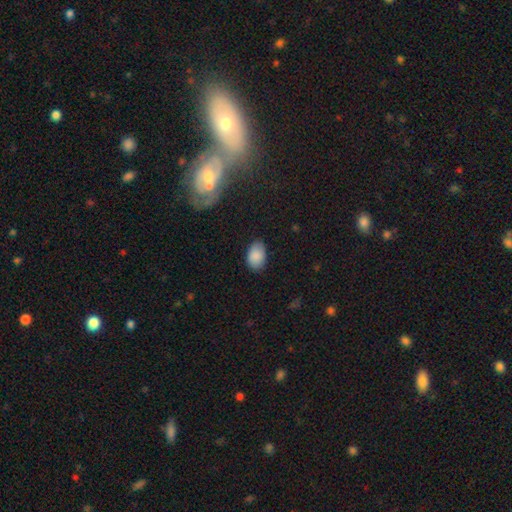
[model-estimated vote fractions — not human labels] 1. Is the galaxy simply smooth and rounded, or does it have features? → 88% smooth, 7% star or artifact, 5% featured or disk.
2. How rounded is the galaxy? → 89% in between, 10% round, 1% cigar-shaped.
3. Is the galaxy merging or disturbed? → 79% none, 16% minor disturbance, 3% major disturbance, 1% merger.